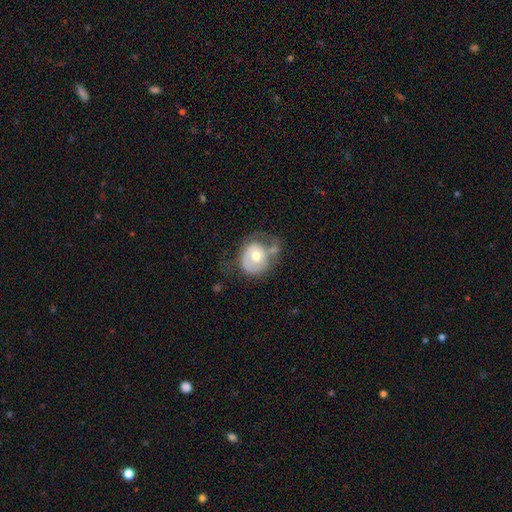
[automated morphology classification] The model was most divided on "merging": none: 33%, minor disturbance: 27%, major disturbance: 25%, merger: 15%. More confident: how rounded — round (69%); smooth or featured — smooth (54%).